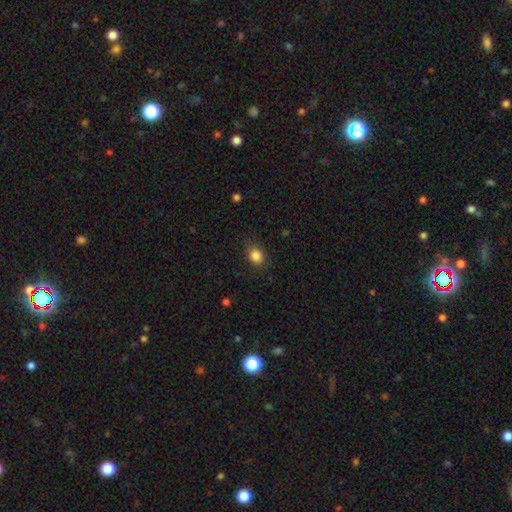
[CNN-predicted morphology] Overall: smooth (85%). How rounded: round (56%; in between 43%). Merging: none (76%).